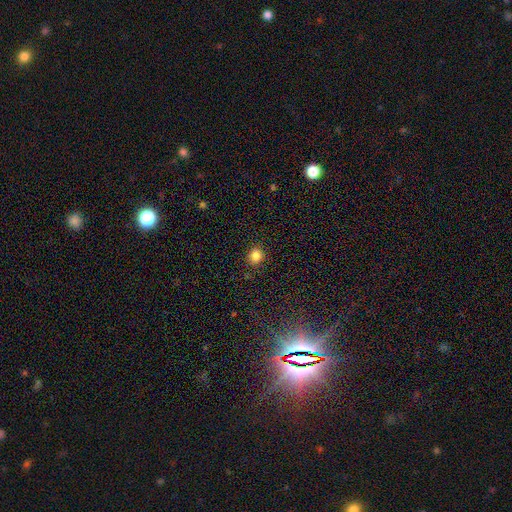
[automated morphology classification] This appears to be a smooth galaxy with no disk features (83%) that is round (80%). Merging: none (89%).